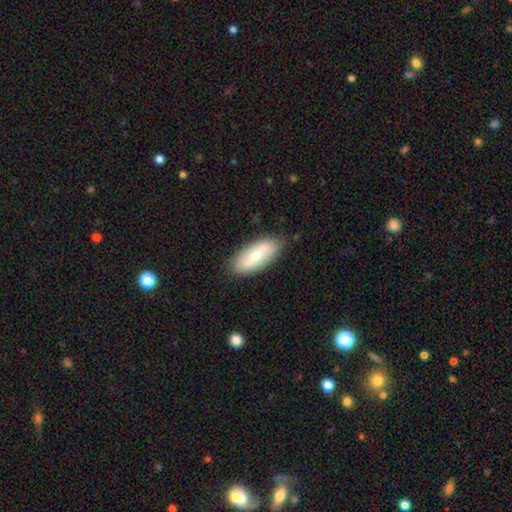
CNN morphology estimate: smooth_or_featured: smooth (p=0.58) [alt: featured or disk p=0.36]
how_rounded: in between (p=0.84) [alt: cigar-shaped p=0.13]
merging: none (p=0.85) [alt: minor disturbance p=0.11]